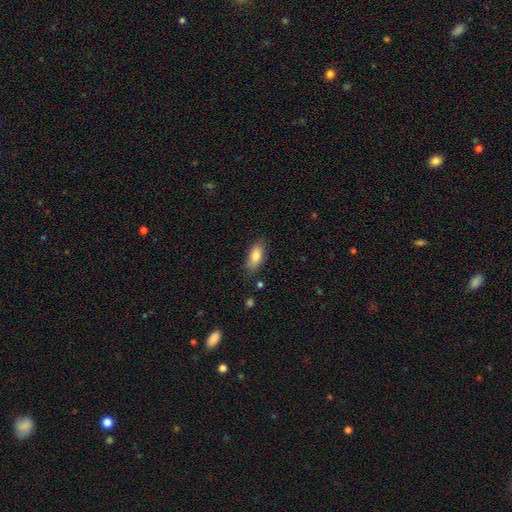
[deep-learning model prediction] smooth-or-featured: smooth: 83% | featured or disk: 10% | star or artifact: 7%
  how-rounded: in between: 85% | cigar-shaped: 11% | round: 3%
  merging: none: 77% | minor disturbance: 17% | major disturbance: 4% | merger: 2%